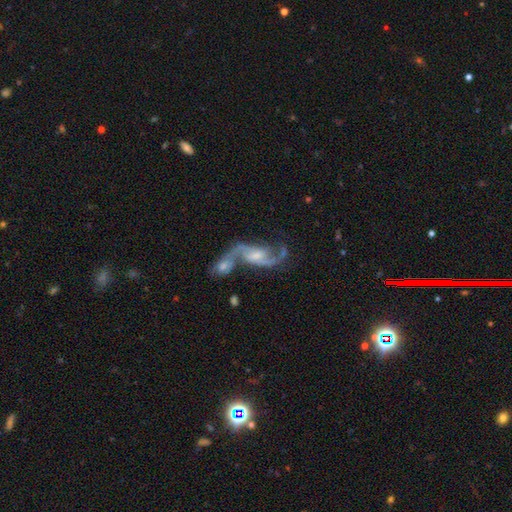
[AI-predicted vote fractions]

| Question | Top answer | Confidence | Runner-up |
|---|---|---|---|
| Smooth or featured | featured or disk | 88% | smooth (7%) |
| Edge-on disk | no | 96% | yes (4%) |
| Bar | weak | 48% | no (35%) |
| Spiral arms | yes | 96% | no (4%) |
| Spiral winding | loose | 61% | medium (32%) |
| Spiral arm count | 2 | 91% | can't tell (3%) |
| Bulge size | small | 44% | moderate (35%) |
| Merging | merger | 50% | none (29%) |